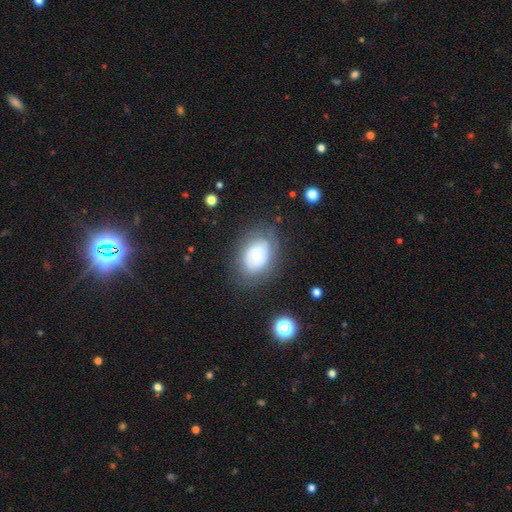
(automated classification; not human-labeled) Smooth or featured? smooth (54%)
How rounded? in between (77%)
Merging? none (69%)